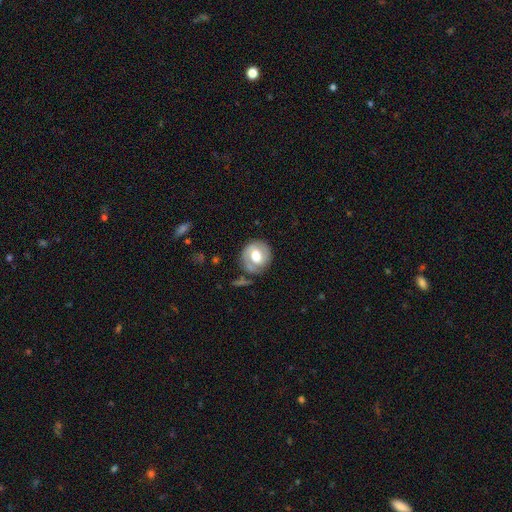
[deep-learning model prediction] Q: Smooth or featured?
A: featured or disk (58%); runner-up: smooth (36%)
Q: Edge-on disk?
A: no (97%); runner-up: yes (3%)
Q: Bar?
A: no (44%); runner-up: weak (41%)
Q: Spiral arms?
A: yes (73%); runner-up: no (27%)
Q: Bulge size?
A: moderate (63%); runner-up: large (28%)
Q: Merging?
A: none (73%); runner-up: minor disturbance (17%)